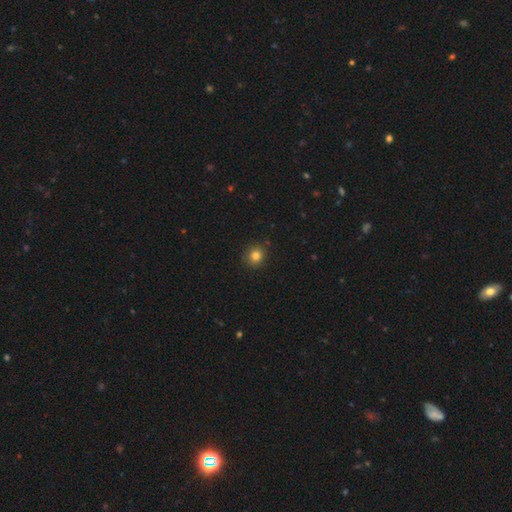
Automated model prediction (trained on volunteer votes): The model was most divided on "smooth or featured": smooth: 82%, star or artifact: 12%, featured or disk: 6%. More confident: merging — none (89%); how rounded — round (85%).